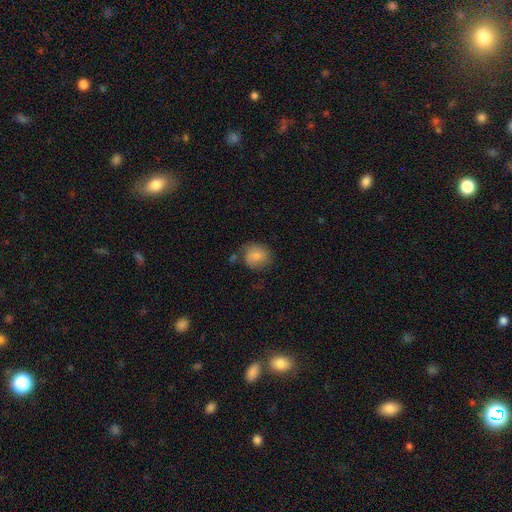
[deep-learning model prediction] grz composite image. It shows a smooth galaxy with no disk features (80%) that is round (70%). Merging: none (63%).